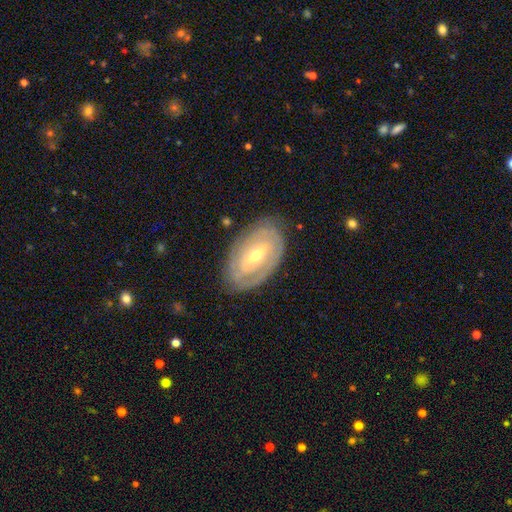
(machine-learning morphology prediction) featured or disk 76%, smooth 19%, star or artifact 6%. Down the decision tree: edge-on disk — no (92%); bar — weak (42%); spiral arms — yes (74%); spiral arm count — can't tell (43%); spiral winding — tight (73%); bulge size — moderate (50%); merging — none (79%).